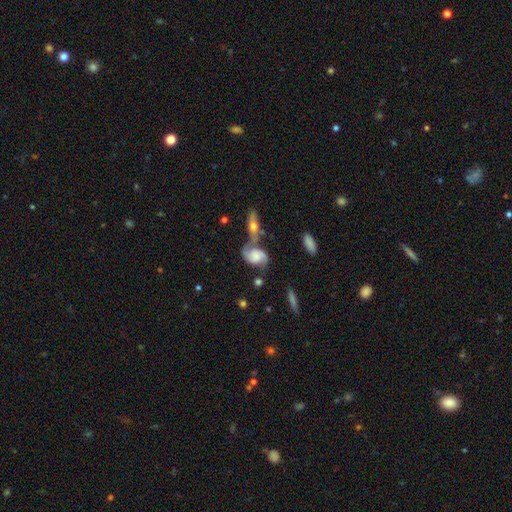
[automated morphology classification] Q: Smooth or featured?
A: featured or disk (81%); runner-up: smooth (14%)
Q: Edge-on disk?
A: no (95%); runner-up: yes (5%)
Q: Bar?
A: no (61%); runner-up: weak (31%)
Q: Spiral arms?
A: yes (95%); runner-up: no (5%)
Q: Spiral winding?
A: medium (48%); runner-up: loose (37%)
Q: Spiral arm count?
A: 2 (91%); runner-up: can't tell (3%)
Q: Bulge size?
A: none (28%); runner-up: moderate (25%)
Q: Merging?
A: none (43%); runner-up: merger (33%)